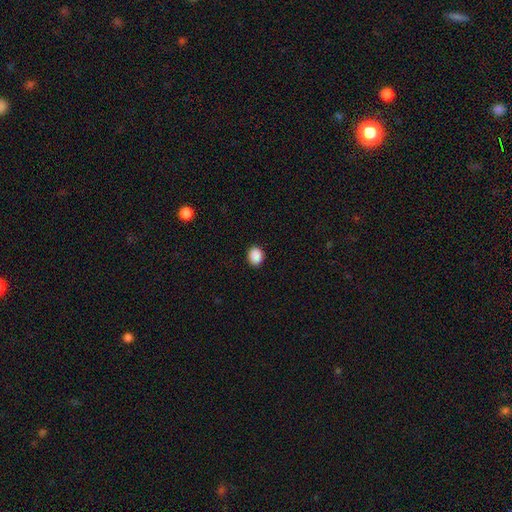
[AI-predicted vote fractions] Q: Smooth or featured?
A: smooth (90%); runner-up: star or artifact (8%)
Q: How rounded?
A: round (56%); runner-up: in between (43%)
Q: Merging?
A: none (90%); runner-up: minor disturbance (7%)